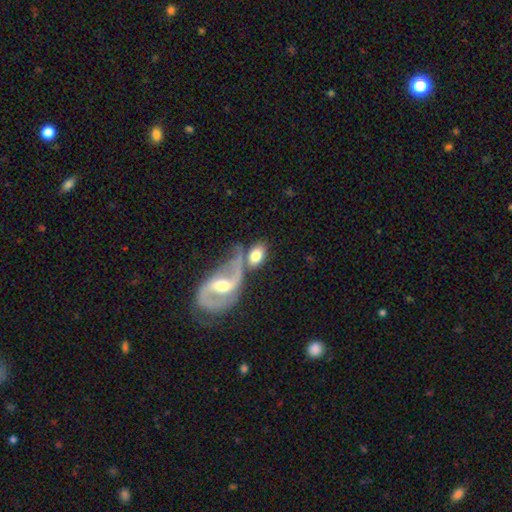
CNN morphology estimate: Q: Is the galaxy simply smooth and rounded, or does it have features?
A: smooth — 60%.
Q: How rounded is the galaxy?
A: in between — 87%.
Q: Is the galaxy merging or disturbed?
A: none — 44%.